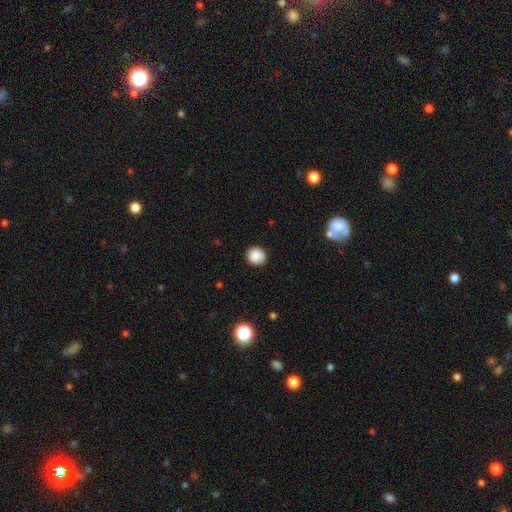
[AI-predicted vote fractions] smooth-or-featured: smooth: 87% | star or artifact: 10% | featured or disk: 4%
  how-rounded: round: 91% | in between: 8% | cigar-shaped: 1%
  merging: none: 87% | minor disturbance: 10% | major disturbance: 2% | merger: 1%